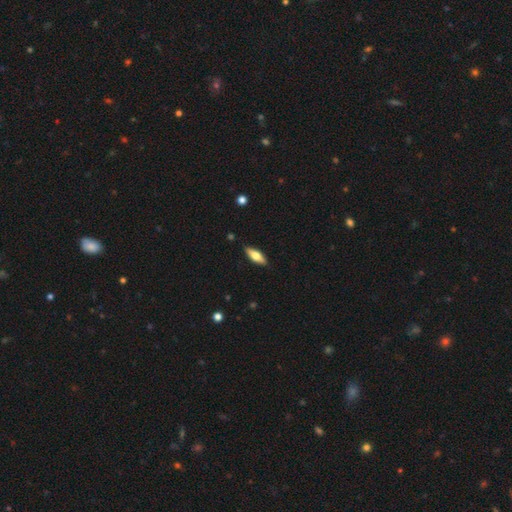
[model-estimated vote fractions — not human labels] Q: Smooth or featured?
A: smooth (56%); runner-up: featured or disk (38%)
Q: How rounded?
A: in between (60%); runner-up: cigar-shaped (37%)
Q: Merging?
A: none (88%); runner-up: minor disturbance (9%)